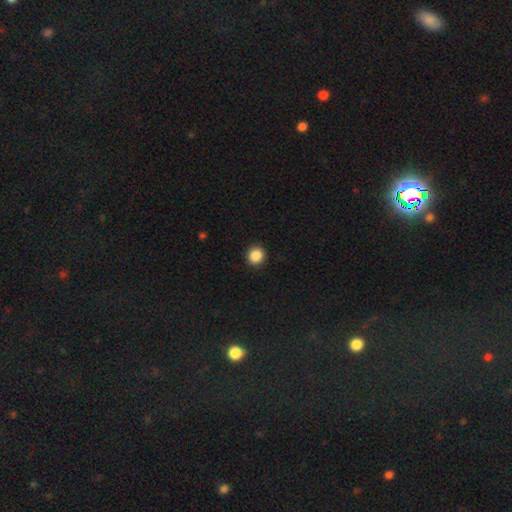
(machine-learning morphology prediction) smooth-or-featured: smooth: 88% | star or artifact: 9% | featured or disk: 3%
  how-rounded: round: 88% | in between: 11% | cigar-shaped: 1%
  merging: none: 92% | minor disturbance: 6% | major disturbance: 2% | merger: 1%